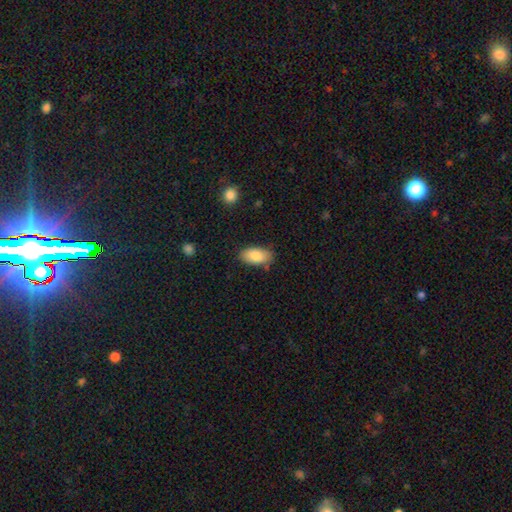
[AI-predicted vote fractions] Morphology: type=smooth (84%); roundness=in between (93%); merging=none (79%).